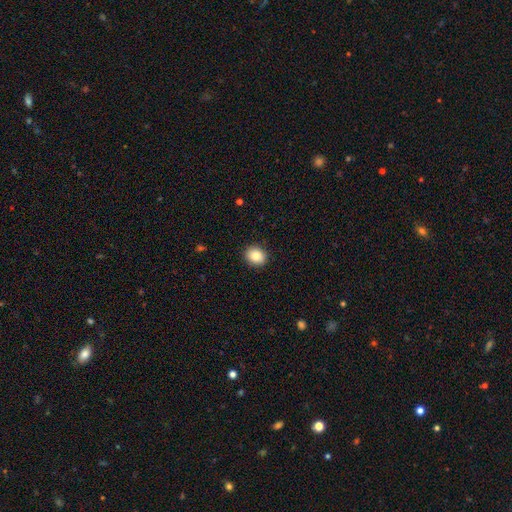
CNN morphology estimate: Q: Smooth or featured?
A: smooth (85%); runner-up: star or artifact (9%)
Q: How rounded?
A: round (69%); runner-up: in between (30%)
Q: Merging?
A: none (91%); runner-up: minor disturbance (7%)